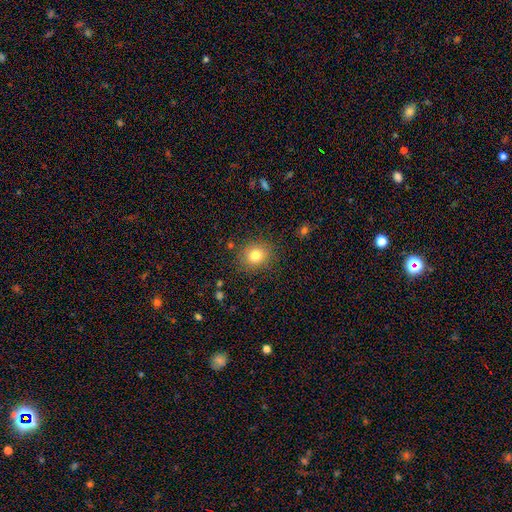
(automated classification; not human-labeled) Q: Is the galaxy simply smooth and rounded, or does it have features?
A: smooth — 79%.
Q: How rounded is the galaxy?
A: round — 80%.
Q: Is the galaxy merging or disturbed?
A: none — 86%.